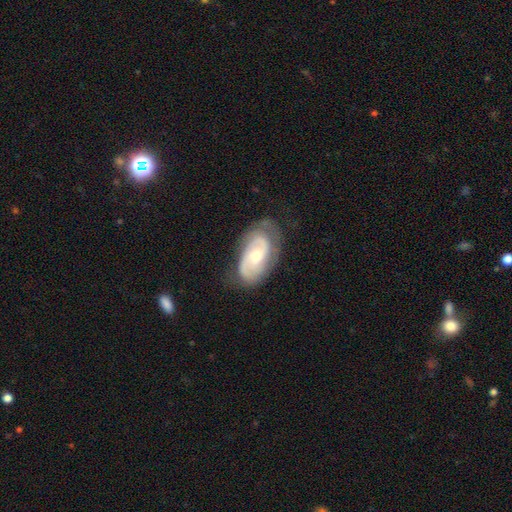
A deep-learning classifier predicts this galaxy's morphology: This appears to be a featured or disk galaxy (74%) with no bar (60%), 2 (67%) tight (43%) spiral arms (90%) and a moderate central bulge (57%). Merging: none (66%).